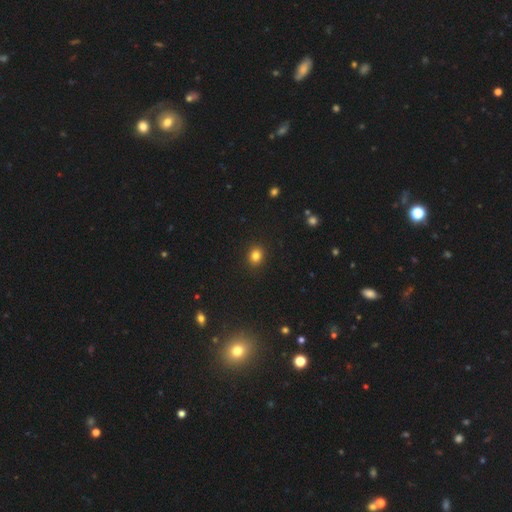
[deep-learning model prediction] Smooth or featured?
  - smooth: 82% *
  - star or artifact: 12%
  - featured or disk: 5%
How rounded?
  - round: 72% *
  - in between: 27%
  - cigar-shaped: 1%
Merging?
  - none: 91% *
  - minor disturbance: 6%
  - major disturbance: 2%
  - merger: 1%